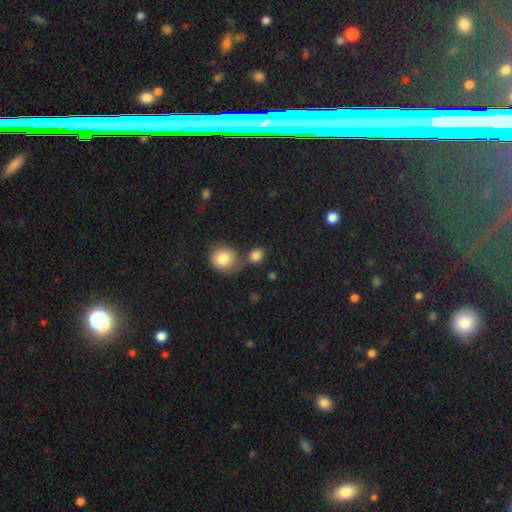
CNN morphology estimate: Smooth or featured? Predicted: smooth (p=0.84). How rounded? Predicted: round (p=0.59). Merging? Predicted: none (p=0.61).